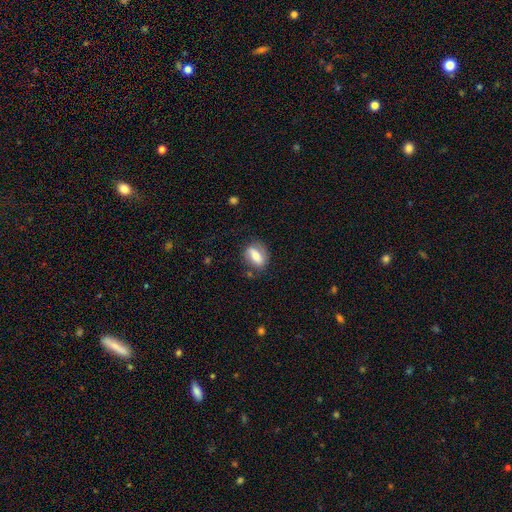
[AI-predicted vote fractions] The model was most divided on "smooth or featured": smooth: 62%, featured or disk: 30%, star or artifact: 8%. More confident: how rounded — in between (77%); merging — none (70%).